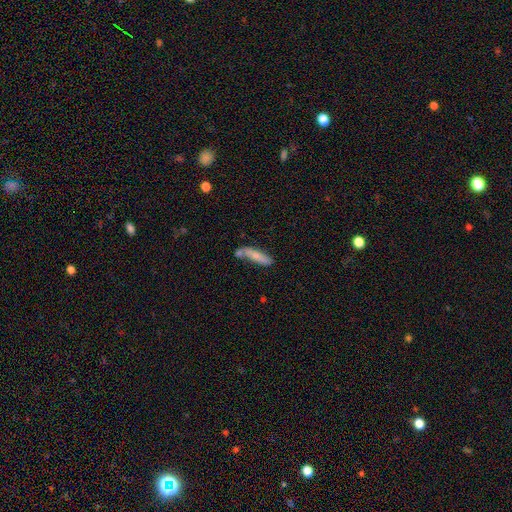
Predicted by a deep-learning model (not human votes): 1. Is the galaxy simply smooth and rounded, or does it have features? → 67% smooth, 26% featured or disk, 7% star or artifact.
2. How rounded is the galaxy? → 76% cigar-shaped, 22% in between, 2% round.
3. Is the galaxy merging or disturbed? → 54% none, 21% merger, 19% minor disturbance, 6% major disturbance.